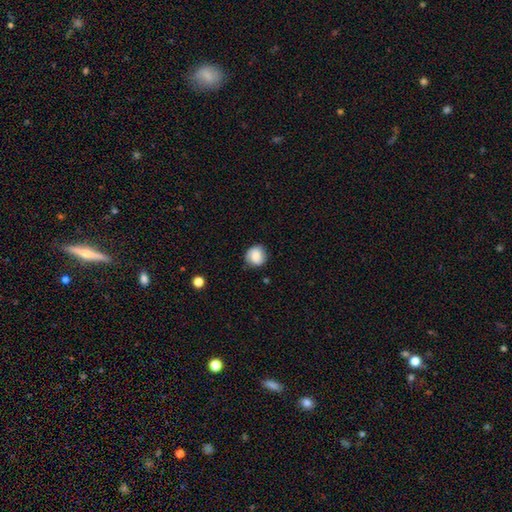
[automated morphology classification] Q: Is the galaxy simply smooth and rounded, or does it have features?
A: smooth — 77%.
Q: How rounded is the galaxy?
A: round — 85%.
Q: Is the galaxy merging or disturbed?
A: none — 79%.